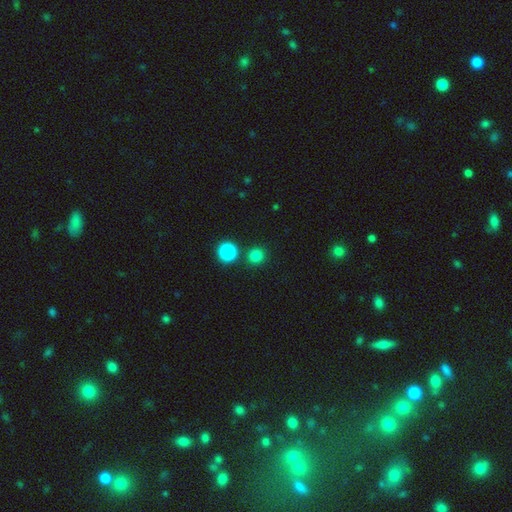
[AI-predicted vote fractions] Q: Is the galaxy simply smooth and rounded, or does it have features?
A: smooth — 79%.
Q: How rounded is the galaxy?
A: round — 92%.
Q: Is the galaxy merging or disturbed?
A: none — 85%.